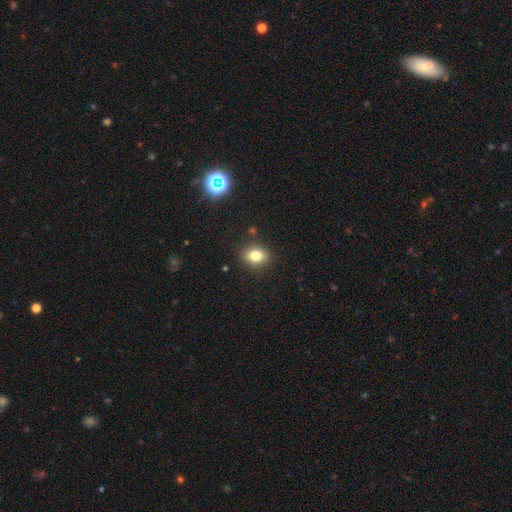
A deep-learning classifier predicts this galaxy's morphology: Smooth or featured? Predicted: smooth (p=0.79). How rounded? Predicted: in between (p=0.57). Merging? Predicted: none (p=0.87).